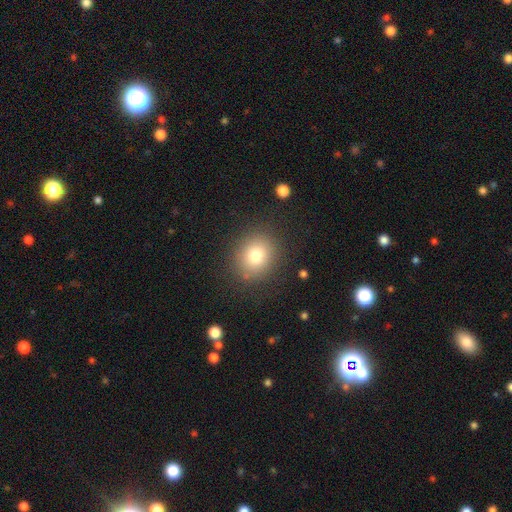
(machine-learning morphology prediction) Smooth or featured?
  - smooth: 77% *
  - star or artifact: 13%
  - featured or disk: 10%
How rounded?
  - round: 74% *
  - in between: 25%
  - cigar-shaped: 1%
Merging?
  - none: 85% *
  - minor disturbance: 9%
  - major disturbance: 4%
  - merger: 2%